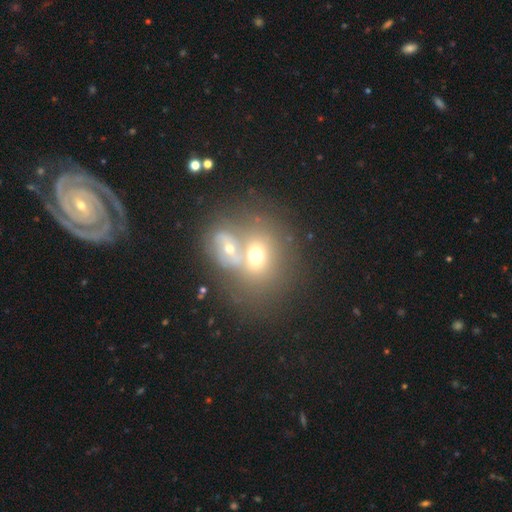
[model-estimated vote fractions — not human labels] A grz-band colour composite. It shows a smooth galaxy with no disk features (56%) that is round (55%). Merging: merger (64%).